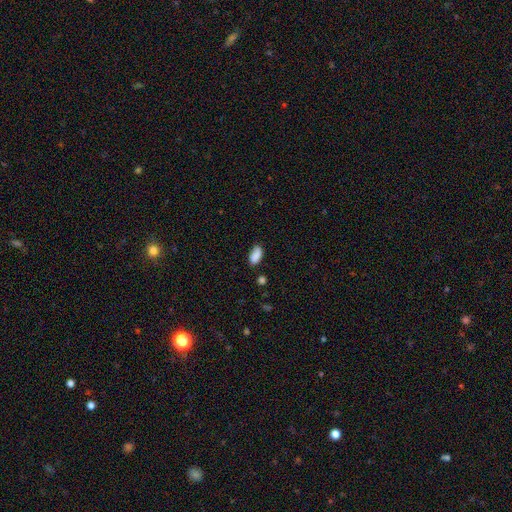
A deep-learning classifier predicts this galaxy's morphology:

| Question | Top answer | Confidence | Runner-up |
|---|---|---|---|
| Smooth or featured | smooth | 87% | star or artifact (8%) |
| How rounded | in between | 92% | cigar-shaped (5%) |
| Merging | none | 74% | minor disturbance (19%) |